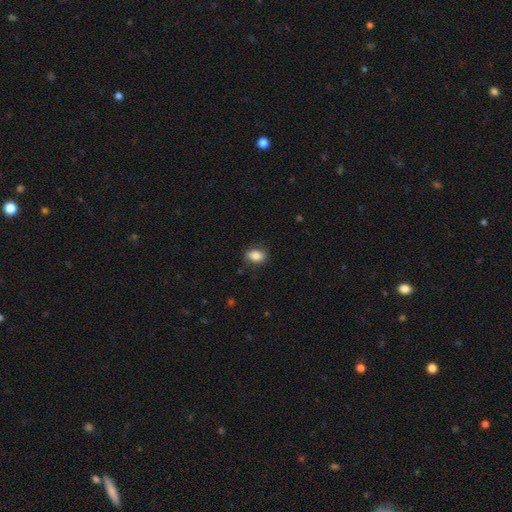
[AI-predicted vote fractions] Smooth or featured? Predicted: smooth (p=0.83). How rounded? Predicted: in between (p=0.78). Merging? Predicted: none (p=0.80).